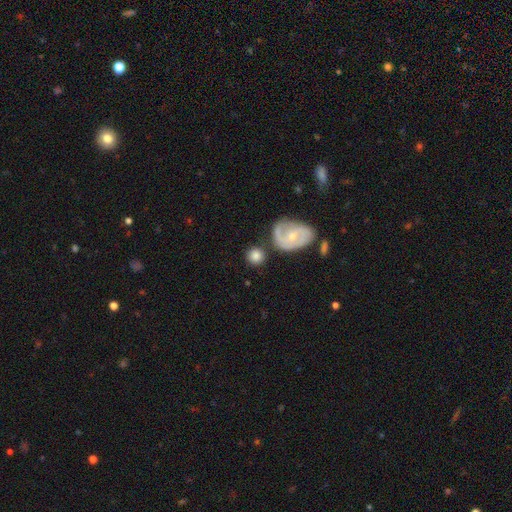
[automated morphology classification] Smooth or featured: smooth — 74% (featured or disk — 20%)
How rounded: round — 87% (in between — 12%)
Merging: none — 73% (minor disturbance — 13%)